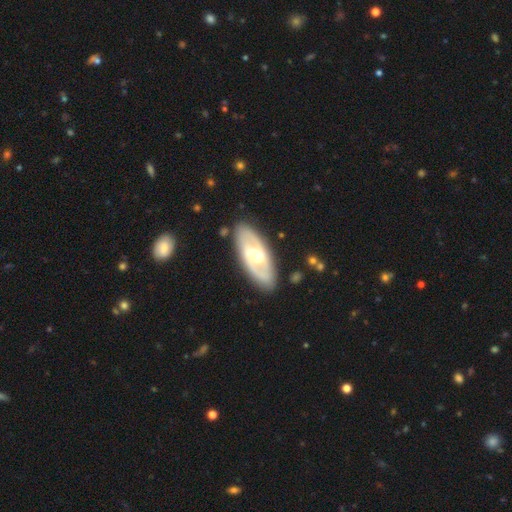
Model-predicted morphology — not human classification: Overall: featured or disk (74%). Edge-on disk: no (87%). Bar: weak (41%; strong 36%). Spiral arms: yes (61%; no 39%). Bulge size: moderate (64%). Merging: none (85%).